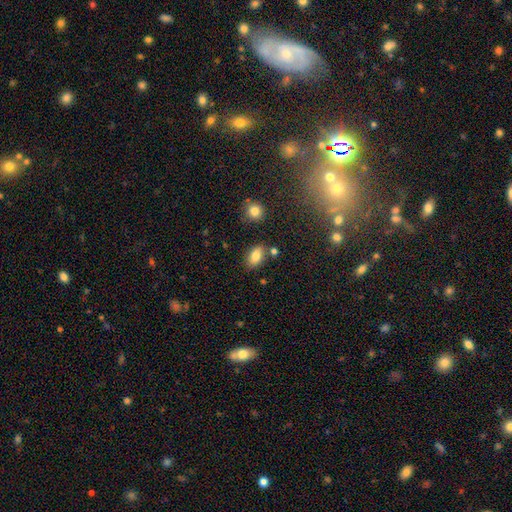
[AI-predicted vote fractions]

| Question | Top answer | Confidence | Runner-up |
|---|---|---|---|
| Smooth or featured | smooth | 82% | featured or disk (9%) |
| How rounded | in between | 88% | round (9%) |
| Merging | none | 78% | minor disturbance (12%) |